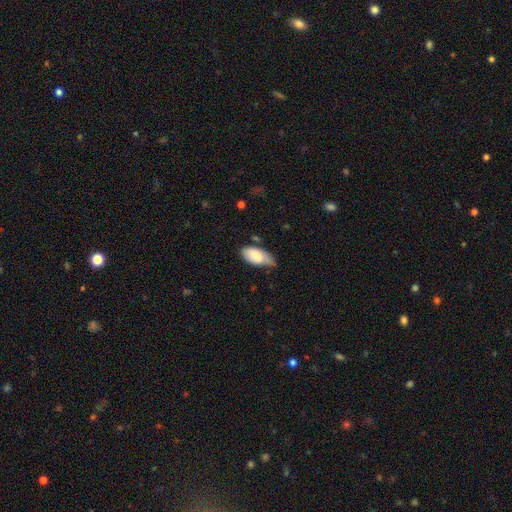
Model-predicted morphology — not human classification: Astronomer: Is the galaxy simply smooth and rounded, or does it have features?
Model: smooth — 81%.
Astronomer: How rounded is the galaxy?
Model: in between — 93%.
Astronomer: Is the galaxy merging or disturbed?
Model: minor disturbance — 46% (runner-up: none, 40%).